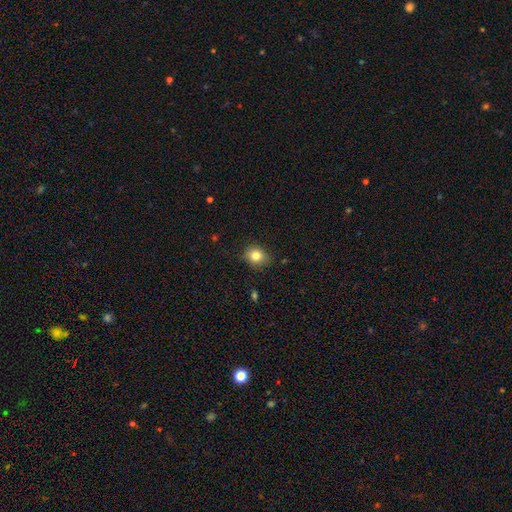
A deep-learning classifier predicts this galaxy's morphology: type=smooth (81%); roundness=round (66%); merging=none (82%).